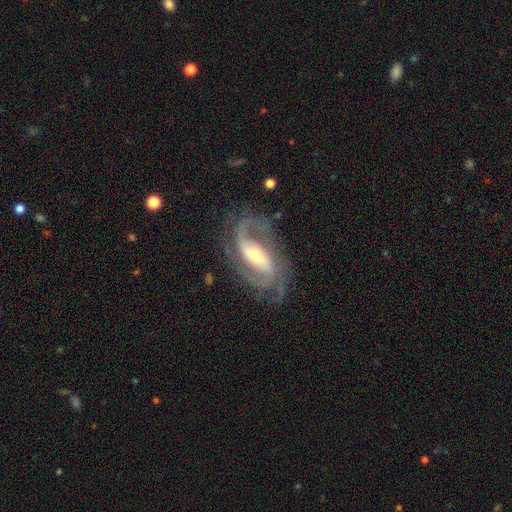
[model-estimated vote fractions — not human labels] Smooth or featured? featured or disk (91%)
Edge-on disk? no (96%)
Bar? strong (45%)
Spiral arms? yes (97%)
Spiral winding? medium (52%)
Spiral arm count? 2 (75%)
Bulge size? moderate (47%)
Merging? none (74%)